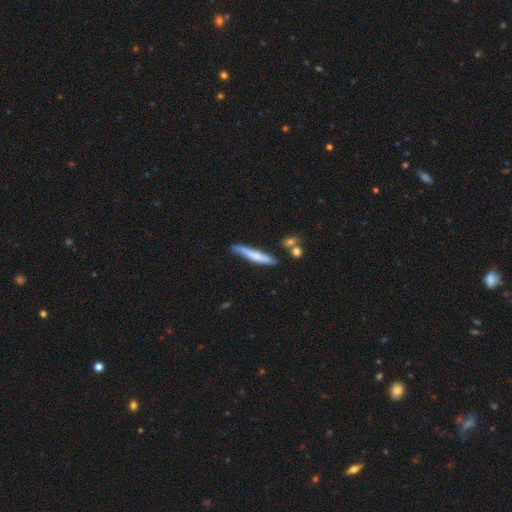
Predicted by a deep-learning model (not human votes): Overall: smooth (65%; featured or disk 29%). How rounded: cigar-shaped (93%). Merging: none (69%).